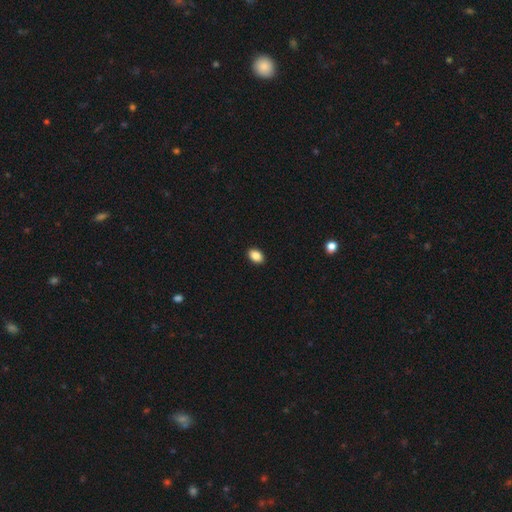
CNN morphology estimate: smooth 88%, star or artifact 8%, featured or disk 4%. Down the decision tree: how rounded — in between (85%); merging — none (91%).